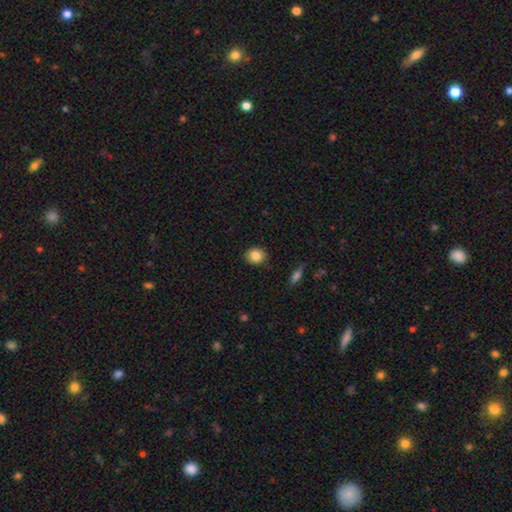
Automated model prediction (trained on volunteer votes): A smooth galaxy with no disk features (85%) that is round (68%).

Vote fractions:
- Smooth or featured? smooth: 85% / star or artifact: 9% / featured or disk: 6%
- How rounded? round: 68% / in between: 31% / cigar-shaped: 1%
- Merging? none: 87% / minor disturbance: 10% / major disturbance: 2% / merger: 1%